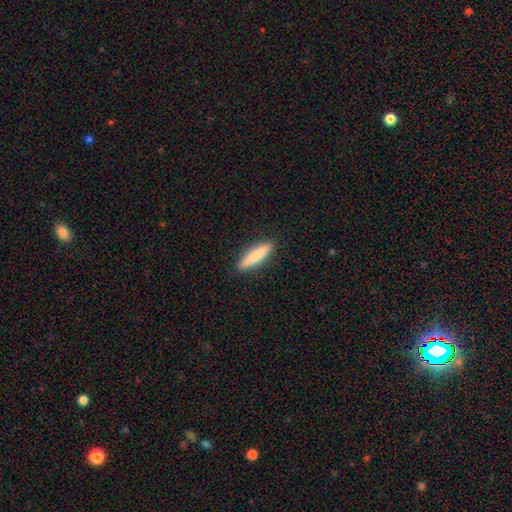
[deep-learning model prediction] smooth_or_featured: smooth (p=0.78) [alt: featured or disk p=0.16]
how_rounded: cigar-shaped (p=0.82) [alt: in between p=0.16]
merging: none (p=0.90) [alt: minor disturbance p=0.07]